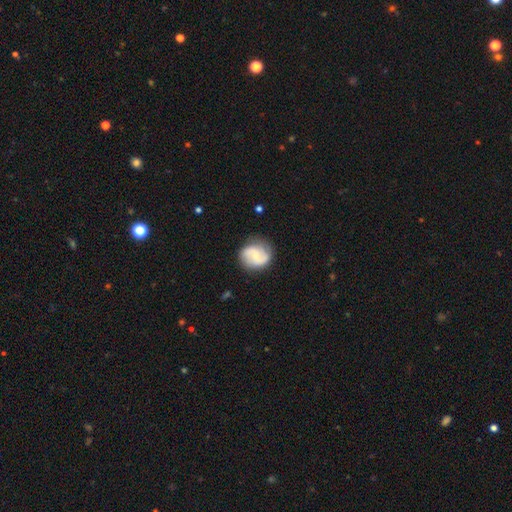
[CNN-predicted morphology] Smooth or featured?
  - featured or disk: 64% *
  - smooth: 30%
  - star or artifact: 6%
Edge-on disk?
  - no: 98% *
  - yes: 2%
Bar?
  - no: 45% *
  - weak: 43%
  - strong: 12%
Spiral arms?
  - yes: 89% *
  - no: 11%
Spiral winding?
  - medium: 43% *
  - loose: 36%
  - tight: 22%
Spiral arm count?
  - 2: 85% *
  - can't tell: 8%
  - 1: 3%
  - 3: 2%
  - 4: 1%
  - more than 4: 1%
Bulge size?
  - small: 53% *
  - moderate: 40%
  - none: 4%
  - large: 2%
  - dominant: 1%
Merging?
  - none: 76% *
  - minor disturbance: 17%
  - major disturbance: 5%
  - merger: 1%